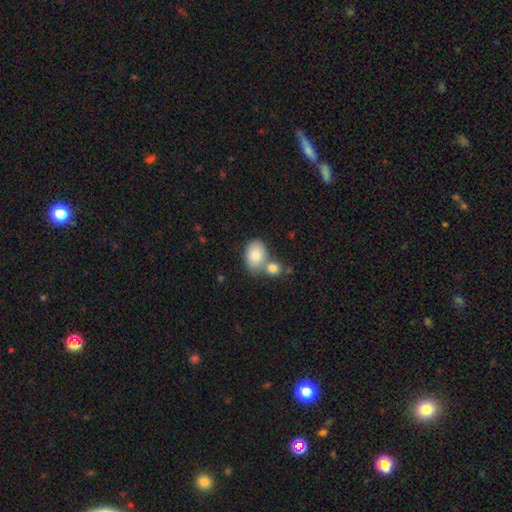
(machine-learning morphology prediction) Q: Smooth or featured?
A: smooth (81%); runner-up: featured or disk (12%)
Q: How rounded?
A: in between (74%); runner-up: round (25%)
Q: Merging?
A: merger (44%); runner-up: none (41%)